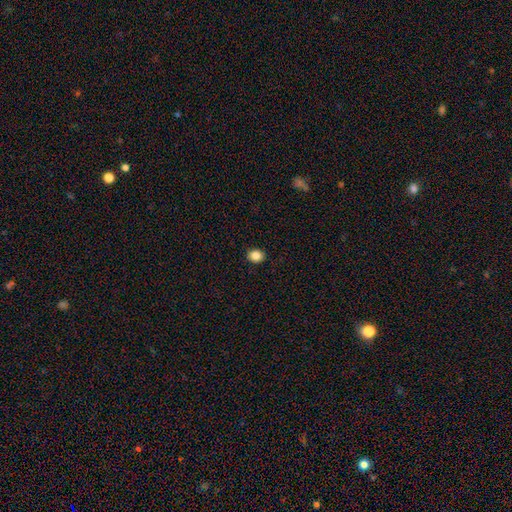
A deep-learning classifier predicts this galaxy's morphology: Smooth or featured: smooth — 86% (star or artifact — 10%)
How rounded: round — 55% (in between — 44%)
Merging: none — 91% (minor disturbance — 6%)